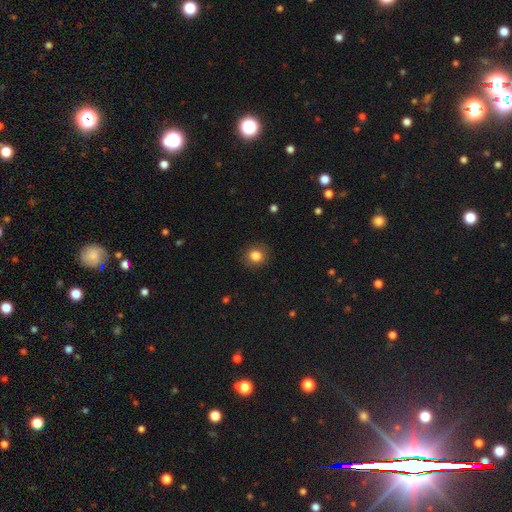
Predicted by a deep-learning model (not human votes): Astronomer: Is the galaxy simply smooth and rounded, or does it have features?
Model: smooth — 84%.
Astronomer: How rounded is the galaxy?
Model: round — 81%.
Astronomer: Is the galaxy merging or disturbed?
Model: none — 88%.